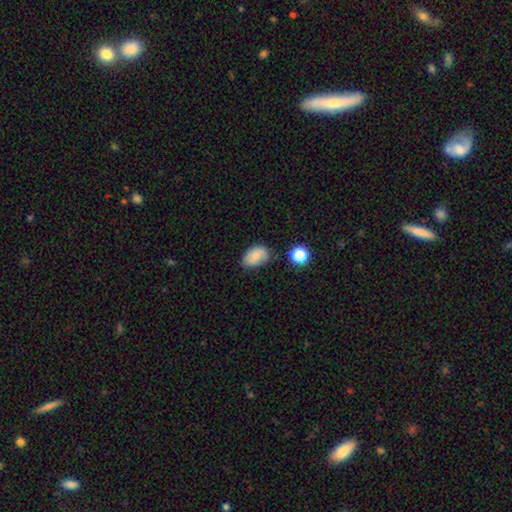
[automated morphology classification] This appears to be a smooth galaxy with no disk features (71%) that is in between round and cigar-shaped (82%). Merging: none (65%).